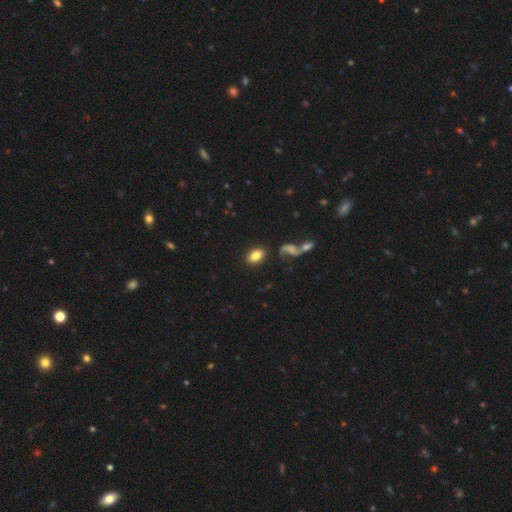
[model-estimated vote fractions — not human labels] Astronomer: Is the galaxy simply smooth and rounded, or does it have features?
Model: smooth — 81%.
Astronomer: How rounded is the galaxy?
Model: in between — 86%.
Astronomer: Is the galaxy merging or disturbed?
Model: none — 82%.